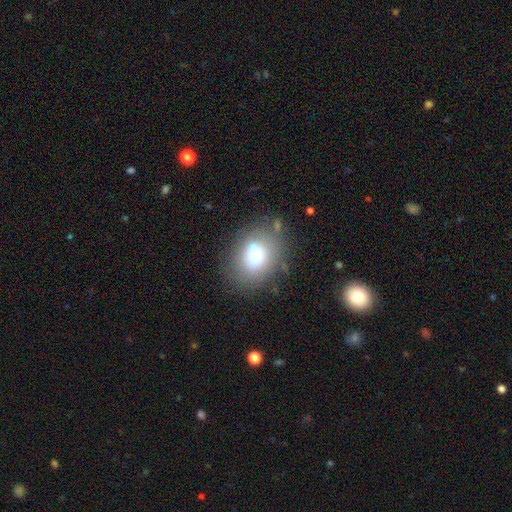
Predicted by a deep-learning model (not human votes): smooth-or-featured: smooth: 68% | featured or disk: 19% | star or artifact: 13%
  how-rounded: round: 52% | in between: 47% | cigar-shaped: 1%
  merging: none: 70% | minor disturbance: 16% | major disturbance: 8% | merger: 6%